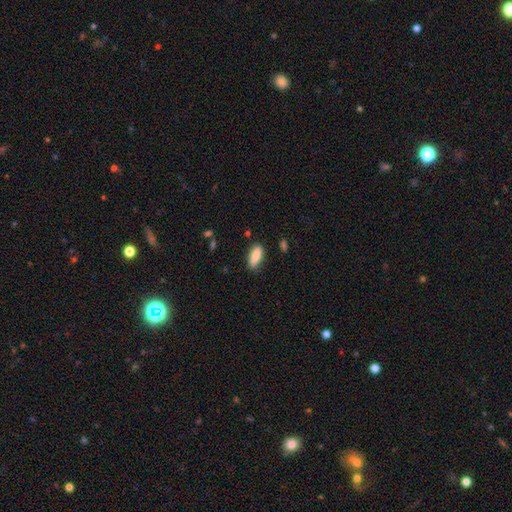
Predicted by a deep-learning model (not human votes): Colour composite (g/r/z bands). It shows a smooth galaxy with no disk features (80%) that is in between round and cigar-shaped (71%). Merging: none (79%).